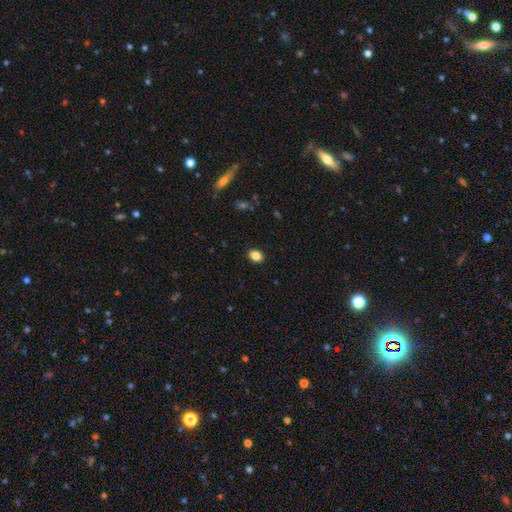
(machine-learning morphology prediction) Smooth or featured: smooth — 86% (star or artifact — 10%)
How rounded: in between — 66% (round — 33%)
Merging: none — 89% (minor disturbance — 8%)